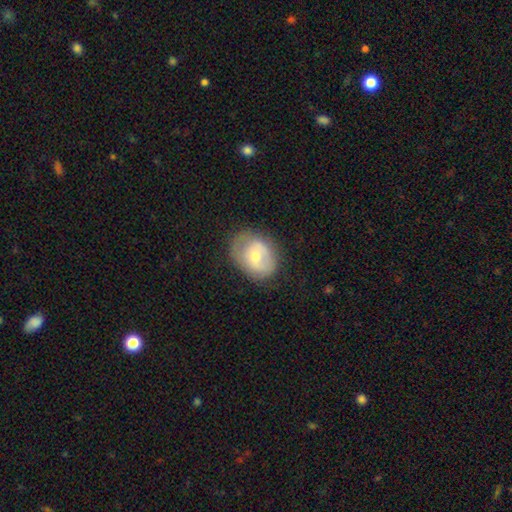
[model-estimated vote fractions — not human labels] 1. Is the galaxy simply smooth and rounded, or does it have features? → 51% smooth, 42% featured or disk, 7% star or artifact.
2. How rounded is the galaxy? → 54% in between, 45% round, 1% cigar-shaped.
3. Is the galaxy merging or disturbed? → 69% none, 21% minor disturbance, 8% major disturbance, 1% merger.